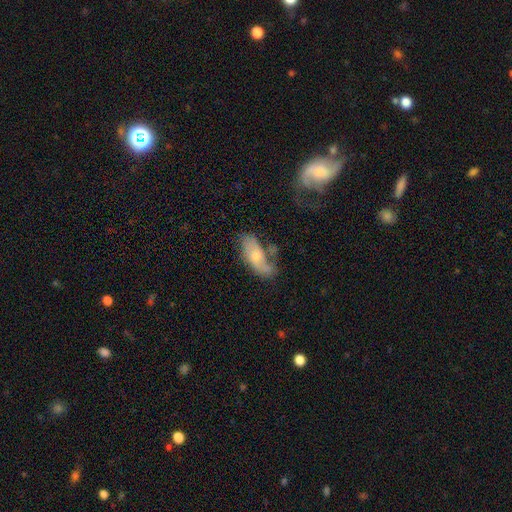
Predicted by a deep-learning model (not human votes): Q: Smooth or featured?
A: featured or disk (52%); runner-up: smooth (40%)
Q: Edge-on disk?
A: no (89%); runner-up: yes (11%)
Q: Merging?
A: none (42%); runner-up: minor disturbance (27%)